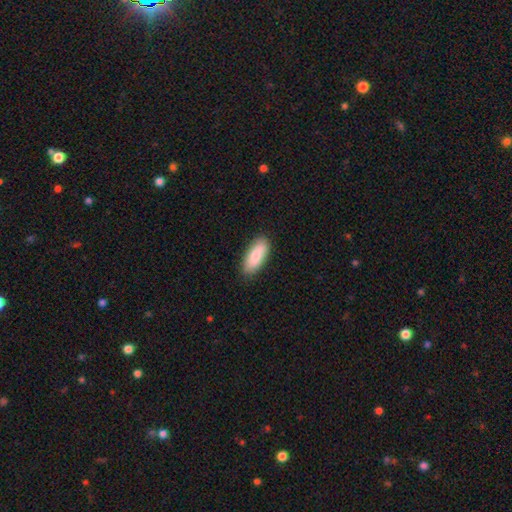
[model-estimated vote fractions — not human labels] This is clearly a smooth galaxy (83%). How rounded: clearly in between (81%). Merging: clearly none (86%).